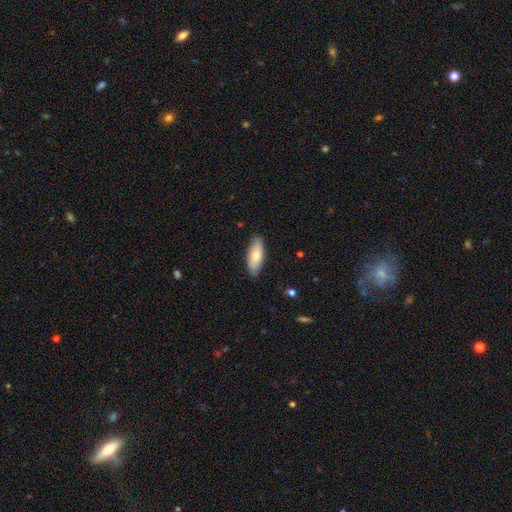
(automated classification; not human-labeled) Q: Smooth or featured?
A: smooth (73%); runner-up: featured or disk (21%)
Q: How rounded?
A: in between (74%); runner-up: cigar-shaped (24%)
Q: Merging?
A: none (87%); runner-up: minor disturbance (10%)